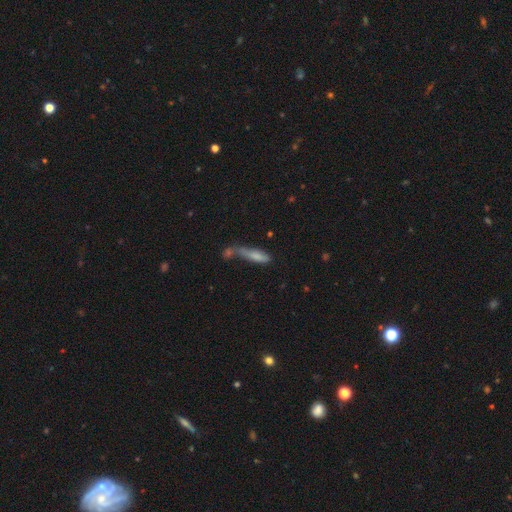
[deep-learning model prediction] smooth 73%, featured or disk 18%, star or artifact 9%. Down the decision tree: how rounded — cigar-shaped (67%); merging — merger (36%).